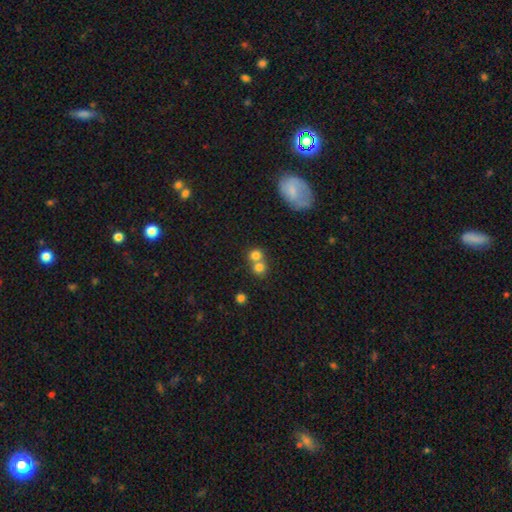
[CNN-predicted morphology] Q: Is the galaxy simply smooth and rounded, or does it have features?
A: smooth — 77%.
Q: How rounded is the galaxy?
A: round — 81%.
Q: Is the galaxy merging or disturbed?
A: merger — 54%.